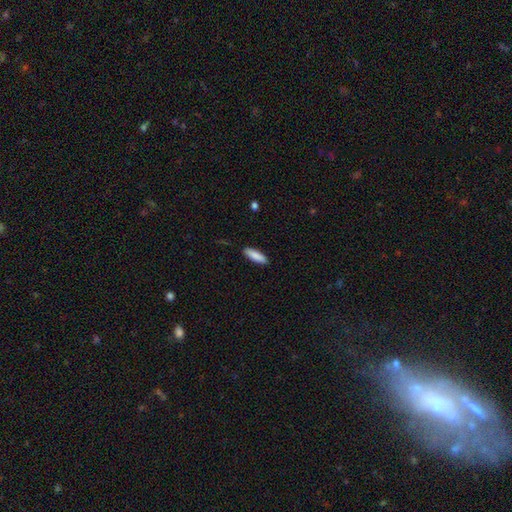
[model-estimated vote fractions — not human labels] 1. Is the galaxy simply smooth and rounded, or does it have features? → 88% smooth, 6% featured or disk, 5% star or artifact.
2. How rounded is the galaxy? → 56% cigar-shaped, 43% in between, 1% round.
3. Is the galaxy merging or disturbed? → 90% none, 8% minor disturbance, 2% major disturbance, 1% merger.